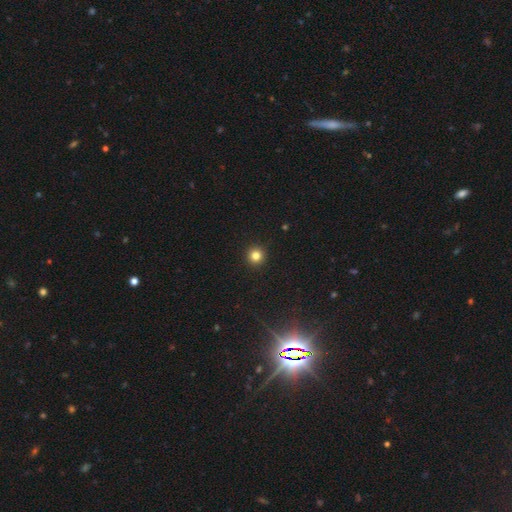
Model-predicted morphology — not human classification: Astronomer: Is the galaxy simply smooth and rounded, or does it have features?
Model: smooth — 83%.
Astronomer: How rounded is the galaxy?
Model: round — 95%.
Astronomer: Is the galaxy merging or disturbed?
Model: none — 93%.